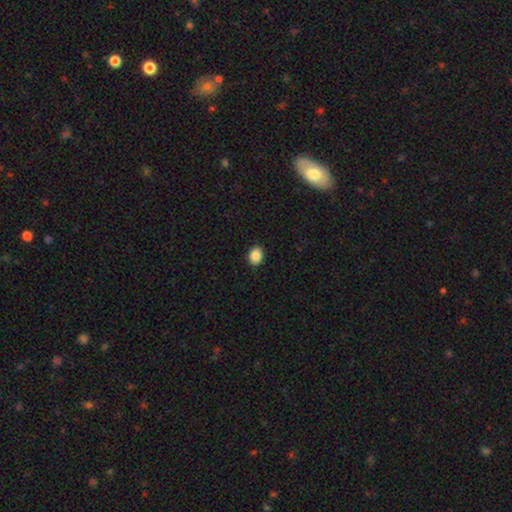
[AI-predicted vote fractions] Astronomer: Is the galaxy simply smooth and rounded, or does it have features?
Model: smooth — 88%.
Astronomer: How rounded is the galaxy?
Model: in between — 59% (runner-up: round, 40%).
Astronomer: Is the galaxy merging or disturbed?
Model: none — 91%.